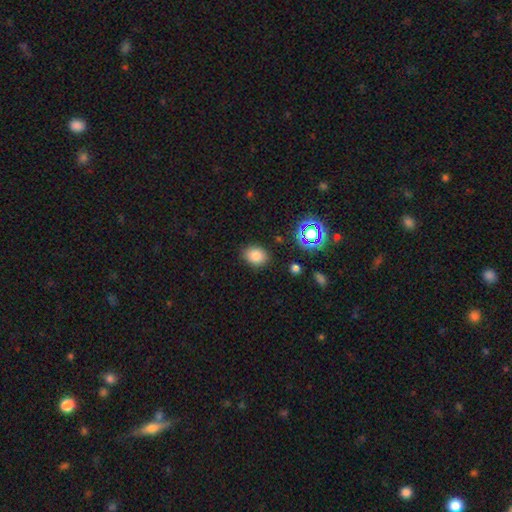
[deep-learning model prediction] This appears to be a smooth galaxy with no disk features (80%) that is in between round and cigar-shaped (55%). Merging: none (85%).